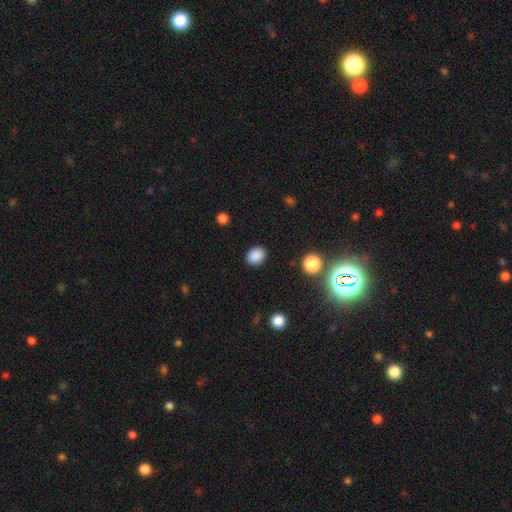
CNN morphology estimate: A smooth galaxy with no disk features (87%) that is round (60%).

Vote fractions:
- Smooth or featured? smooth: 87% / star or artifact: 10% / featured or disk: 3%
- How rounded? round: 60% / in between: 39% / cigar-shaped: 1%
- Merging? none: 89% / minor disturbance: 7% / major disturbance: 3% / merger: 1%